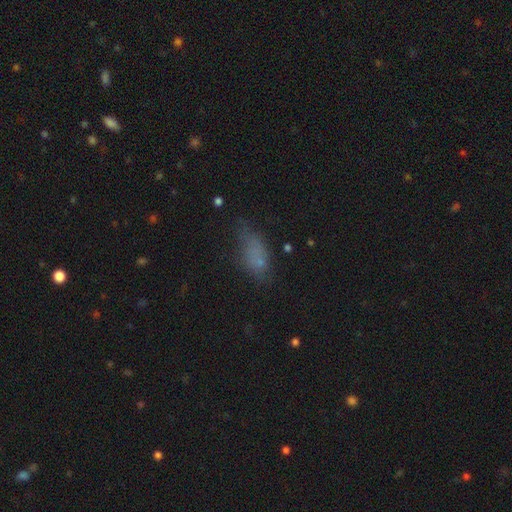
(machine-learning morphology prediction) Overall: smooth (68%). How rounded: in between (77%). Merging: none (45%; minor disturbance 29%).